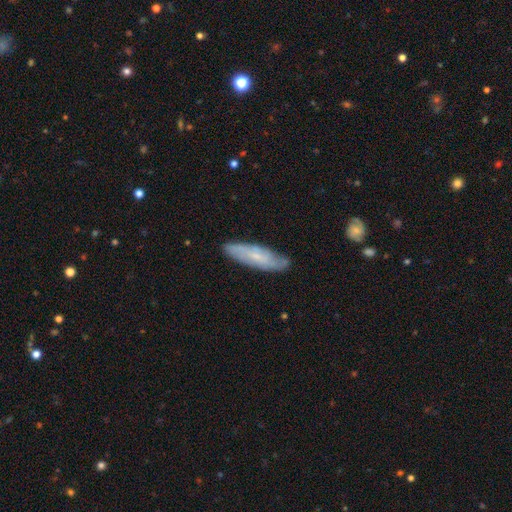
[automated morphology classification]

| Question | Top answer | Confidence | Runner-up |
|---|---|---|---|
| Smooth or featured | featured or disk | 53% | smooth (40%) |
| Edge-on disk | no | 70% | yes (30%) |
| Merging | none | 77% | minor disturbance (18%) |